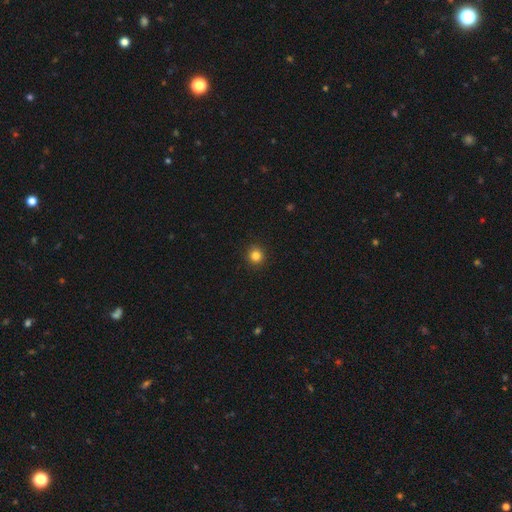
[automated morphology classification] A smooth galaxy with no disk features (83%) that is round (93%). Merging: none (92%).